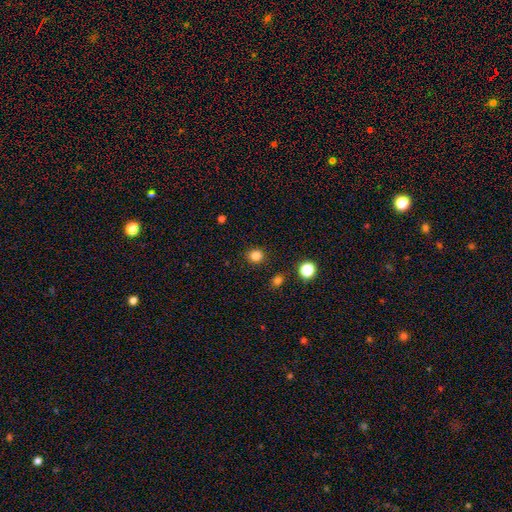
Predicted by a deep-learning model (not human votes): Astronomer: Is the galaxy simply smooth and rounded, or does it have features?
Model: smooth — 84%.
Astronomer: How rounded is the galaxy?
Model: round — 81%.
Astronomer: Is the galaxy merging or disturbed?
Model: none — 88%.